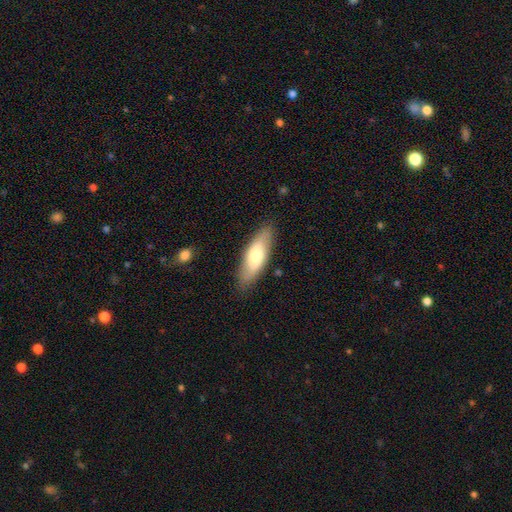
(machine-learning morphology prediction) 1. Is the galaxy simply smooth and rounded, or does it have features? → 65% smooth, 30% featured or disk, 6% star or artifact.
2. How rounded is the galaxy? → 58% in between, 40% cigar-shaped, 2% round.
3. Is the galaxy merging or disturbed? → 84% none, 12% minor disturbance, 2% major disturbance, 1% merger.